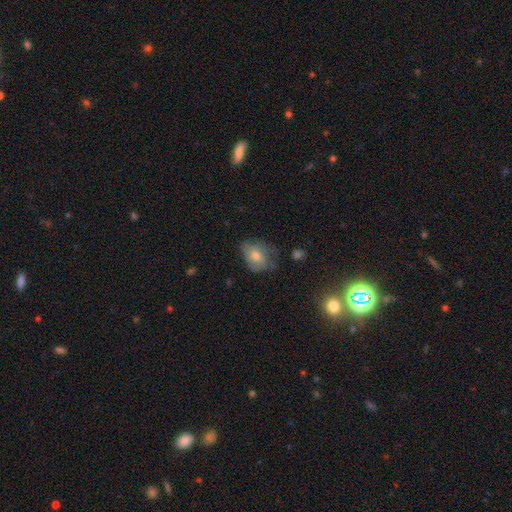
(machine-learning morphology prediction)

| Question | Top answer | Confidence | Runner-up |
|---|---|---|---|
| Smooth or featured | smooth | 59% | featured or disk (32%) |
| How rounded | in between | 62% | round (37%) |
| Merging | none | 45% | minor disturbance (34%) |